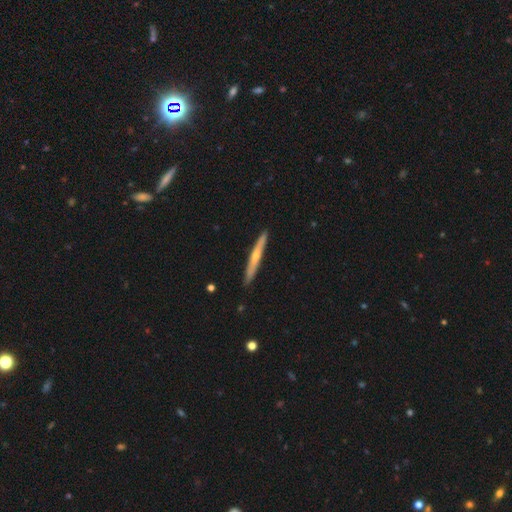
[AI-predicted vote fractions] A featured or disk galaxy (64%) viewed edge-on (96%) with a rounded central bulge (74%).

Vote fractions:
- Smooth or featured? featured or disk: 64% / smooth: 27% / star or artifact: 9%
- Edge-on disk? yes: 96% / no: 4%
- Edge-on bulge? rounded: 74% / none: 20% / boxy: 6%
- Merging? none: 87% / minor disturbance: 10% / major disturbance: 2% / merger: 2%